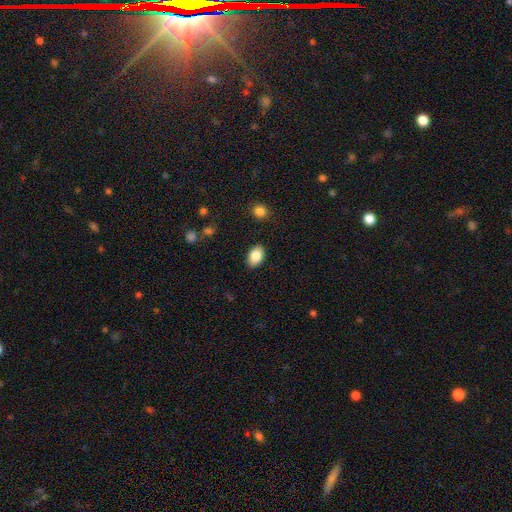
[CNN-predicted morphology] smooth_or_featured: smooth (p=0.84) [alt: featured or disk p=0.08]
how_rounded: in between (p=0.89) [alt: round p=0.10]
merging: none (p=0.88) [alt: minor disturbance p=0.09]